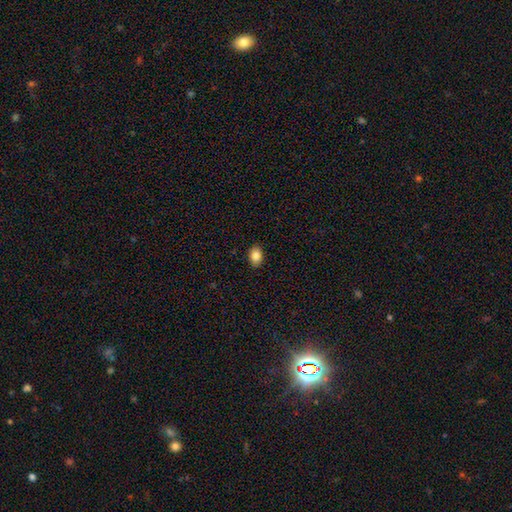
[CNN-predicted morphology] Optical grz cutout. It shows a smooth galaxy with no disk features (86%) that is in between round and cigar-shaped (82%). Merging: none (89%).